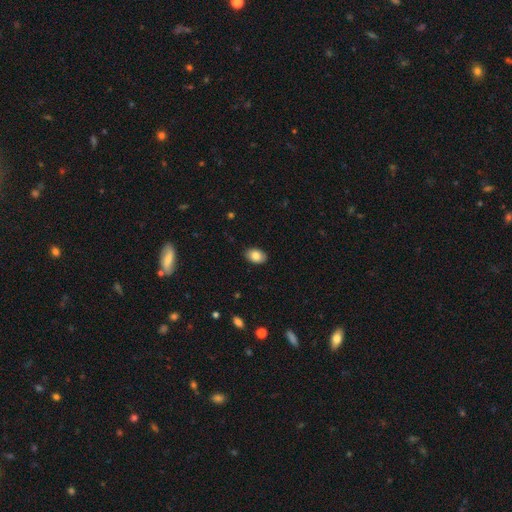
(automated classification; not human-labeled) This appears to be a smooth galaxy with no disk features (84%) that is in between round and cigar-shaped (88%). Merging: none (88%).